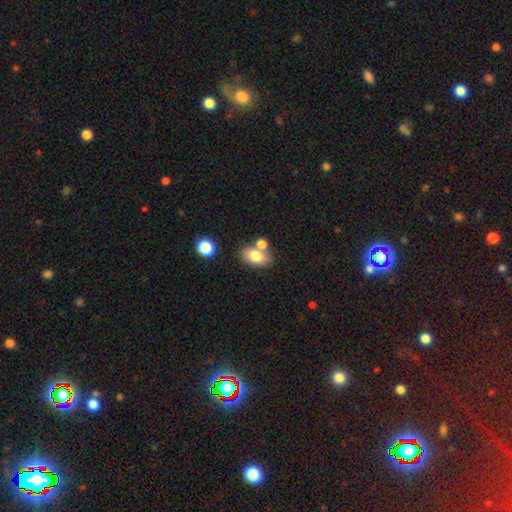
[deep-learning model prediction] A smooth galaxy with no disk features (78%) that is in between round and cigar-shaped (83%).

Vote fractions:
- Smooth or featured? smooth: 78% / featured or disk: 13% / star or artifact: 9%
- How rounded? in between: 83% / round: 16% / cigar-shaped: 2%
- Merging? none: 57% / merger: 26% / minor disturbance: 12% / major disturbance: 4%